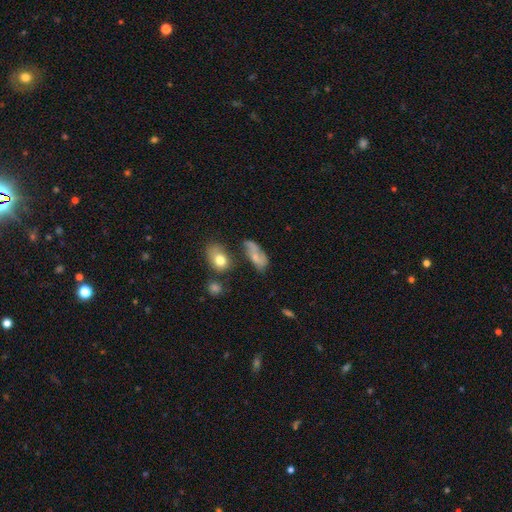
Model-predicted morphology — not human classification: This appears to be a smooth galaxy with no disk features (55%) that is in between round and cigar-shaped (82%). Merging: none (43%).